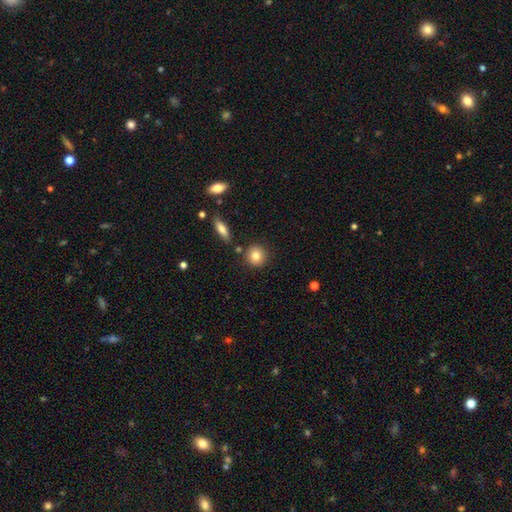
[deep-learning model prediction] A smooth galaxy with no disk features (82%) that is round (89%).

Vote fractions:
- Smooth or featured? smooth: 82% / featured or disk: 9% / star or artifact: 9%
- How rounded? round: 89% / in between: 10% / cigar-shaped: 1%
- Merging? none: 83% / minor disturbance: 8% / merger: 6% / major disturbance: 2%